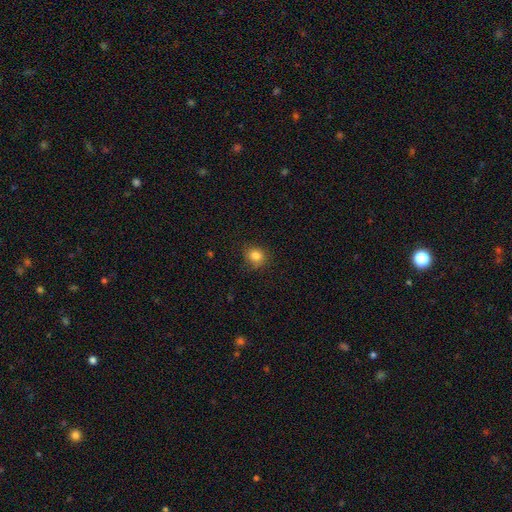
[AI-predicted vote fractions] Smooth or featured? Predicted: smooth (p=0.82). How rounded? Predicted: round (p=0.86). Merging? Predicted: none (p=0.81).